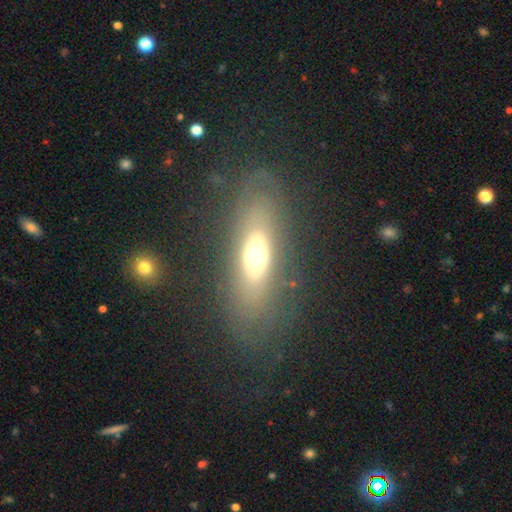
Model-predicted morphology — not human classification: Smooth or featured? Predicted: featured or disk (p=0.58). Edge-on disk? Predicted: no (p=0.72). Merging? Predicted: none (p=0.77).